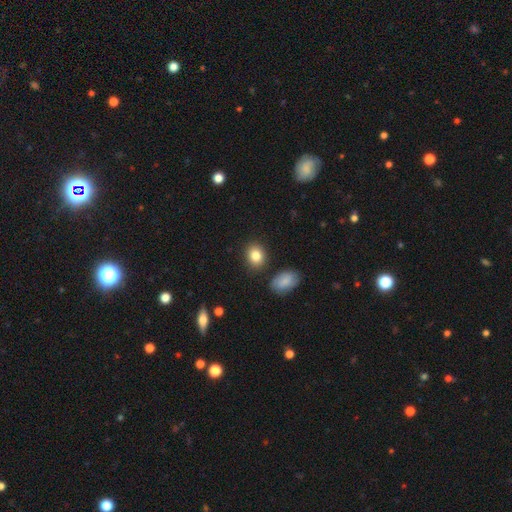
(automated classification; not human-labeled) Smooth or featured: smooth — 84% (star or artifact — 9%)
How rounded: round — 54% (in between — 45%)
Merging: none — 85% (minor disturbance — 9%)